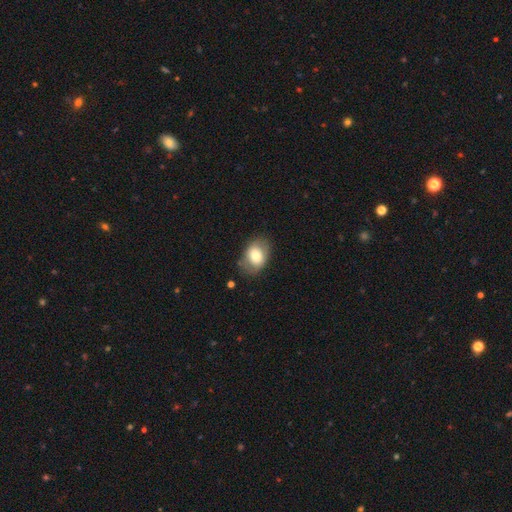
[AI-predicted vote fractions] Smooth or featured: smooth — 70% (featured or disk — 23%)
How rounded: in between — 73% (round — 26%)
Merging: none — 73% (minor disturbance — 18%)